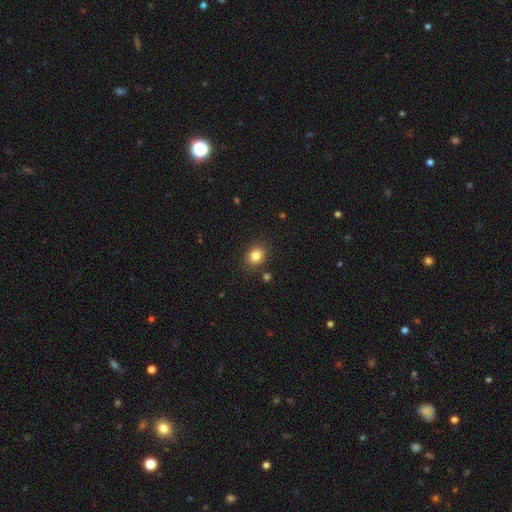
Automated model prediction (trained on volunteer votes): Smooth or featured? Predicted: smooth (p=0.84). How rounded? Predicted: round (p=0.59). Merging? Predicted: none (p=0.86).